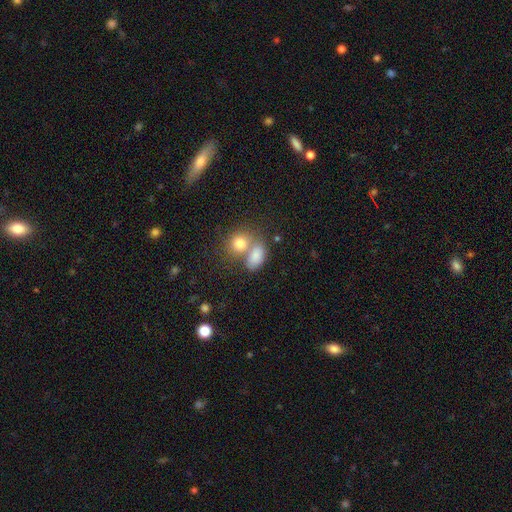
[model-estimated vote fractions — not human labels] Smooth or featured? smooth (81%)
How rounded? in between (78%)
Merging? merger (50%)